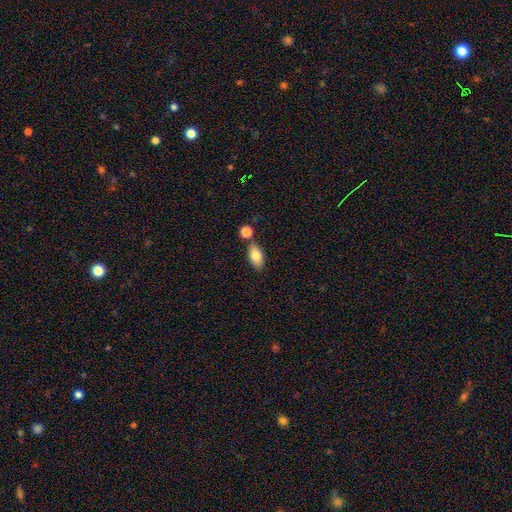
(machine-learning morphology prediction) Smooth or featured? Predicted: smooth (p=0.82). How rounded? Predicted: in between (p=0.91). Merging? Predicted: none (p=0.74).